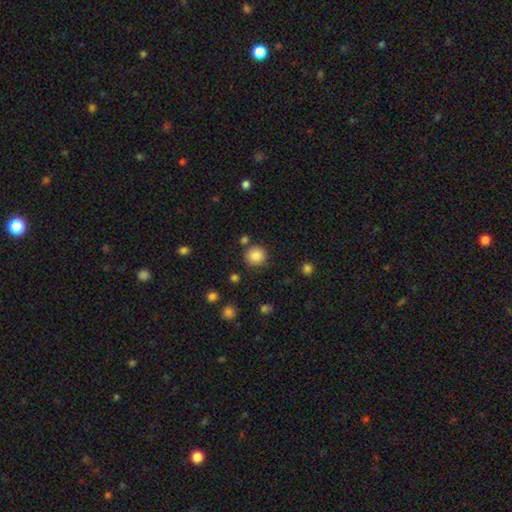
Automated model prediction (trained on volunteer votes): A smooth galaxy with no disk features (85%) that is round (93%).

Vote fractions:
- Smooth or featured? smooth: 85% / star or artifact: 10% / featured or disk: 5%
- How rounded? round: 93% / in between: 6% / cigar-shaped: 1%
- Merging? none: 85% / minor disturbance: 8% / merger: 5% / major disturbance: 3%